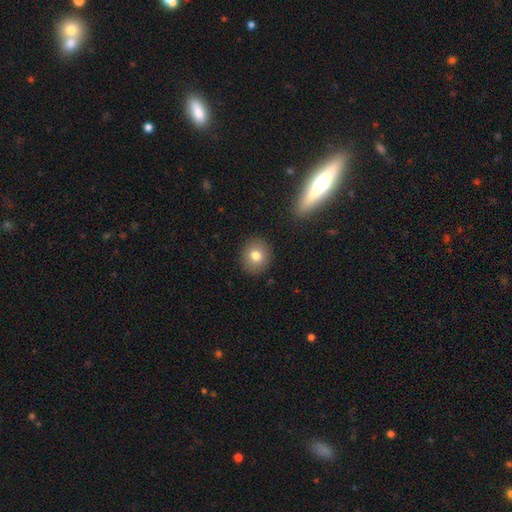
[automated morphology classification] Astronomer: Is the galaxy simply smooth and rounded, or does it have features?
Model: smooth — 78%.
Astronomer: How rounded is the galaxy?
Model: round — 84%.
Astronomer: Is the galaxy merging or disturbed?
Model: none — 89%.